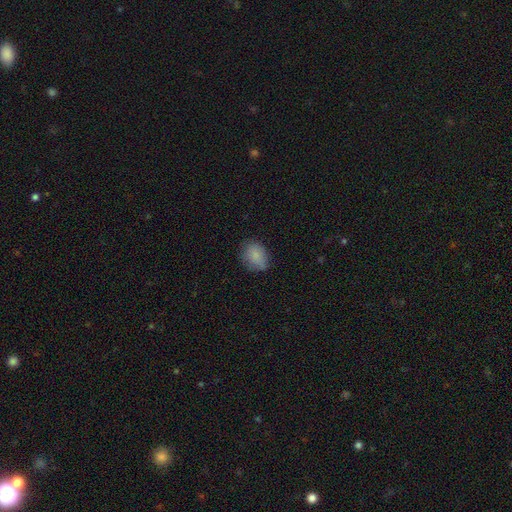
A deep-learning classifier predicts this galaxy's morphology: A smooth galaxy with no disk features (84%) that is in between round and cigar-shaped (60%).

Vote fractions:
- Smooth or featured? smooth: 84% / star or artifact: 8% / featured or disk: 7%
- How rounded? in between: 60% / round: 39% / cigar-shaped: 1%
- Merging? none: 70% / minor disturbance: 23% / major disturbance: 5% / merger: 1%